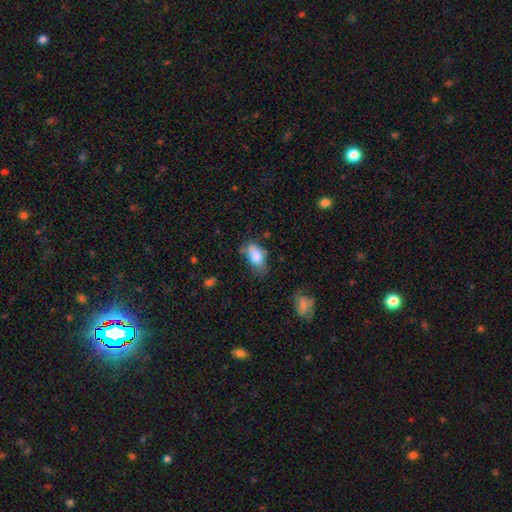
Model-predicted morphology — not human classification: Smooth or featured: smooth — 79% (featured or disk — 13%)
How rounded: in between — 90% (round — 6%)
Merging: none — 46% (minor disturbance — 34%)